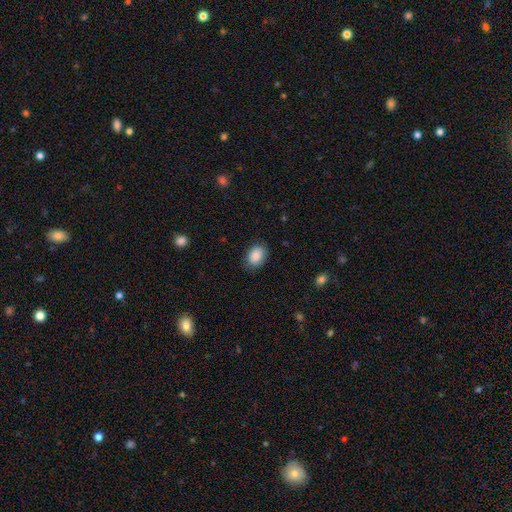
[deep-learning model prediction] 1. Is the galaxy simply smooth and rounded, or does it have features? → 87% smooth, 7% star or artifact, 5% featured or disk.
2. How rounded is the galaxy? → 72% in between, 27% round, 1% cigar-shaped.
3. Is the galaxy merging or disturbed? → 84% none, 12% minor disturbance, 3% major disturbance, 1% merger.